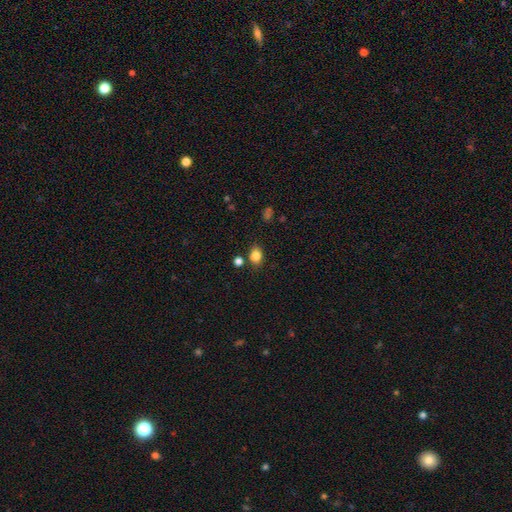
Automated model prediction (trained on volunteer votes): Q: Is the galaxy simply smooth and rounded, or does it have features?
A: smooth — 83%.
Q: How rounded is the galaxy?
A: in between — 65%.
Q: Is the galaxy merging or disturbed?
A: none — 74%.